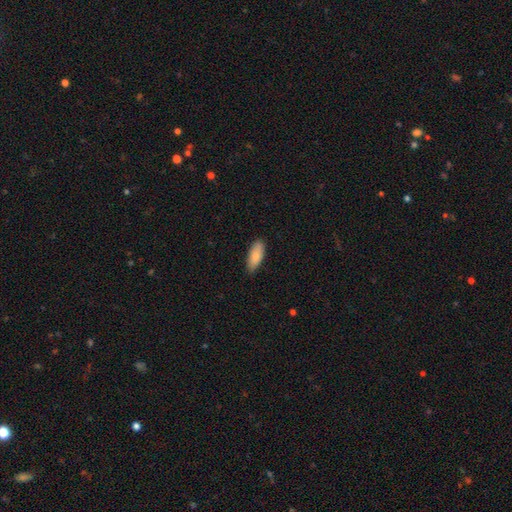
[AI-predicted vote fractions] Overall: smooth (84%). How rounded: in between (77%). Merging: none (84%).